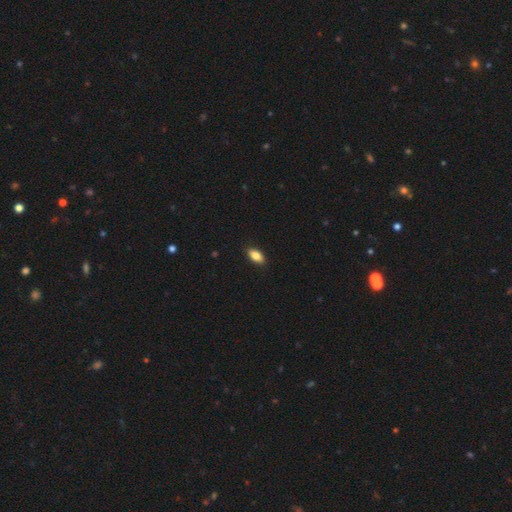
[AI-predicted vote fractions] Q: Smooth or featured?
A: smooth (86%); runner-up: star or artifact (8%)
Q: How rounded?
A: in between (91%); runner-up: round (5%)
Q: Merging?
A: none (88%); runner-up: minor disturbance (9%)